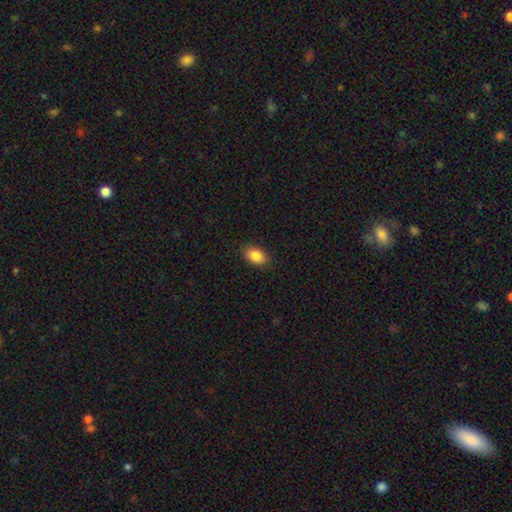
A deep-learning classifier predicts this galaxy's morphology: A smooth galaxy with no disk features (87%) that is in between round and cigar-shaped (84%). Merging: none (87%).